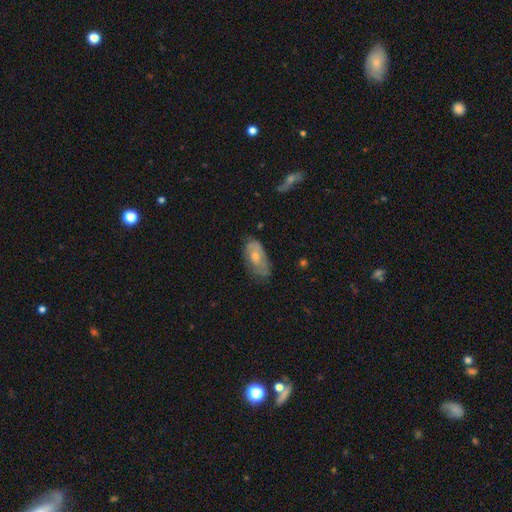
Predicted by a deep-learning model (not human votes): Smooth or featured? smooth (50%)
Merging? none (57%)